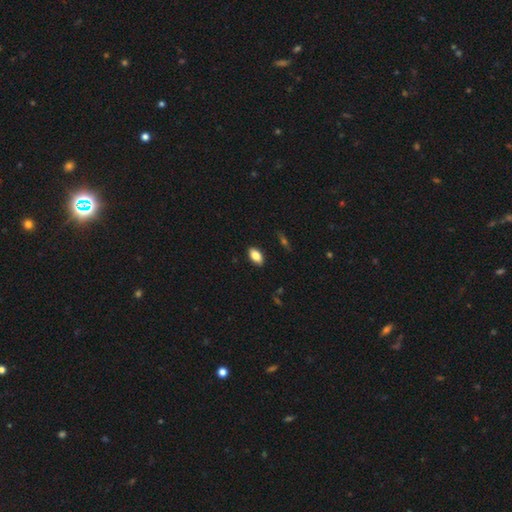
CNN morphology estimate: This is clearly a smooth galaxy (81%). How rounded: clearly in between (91%). Merging: clearly none (88%).